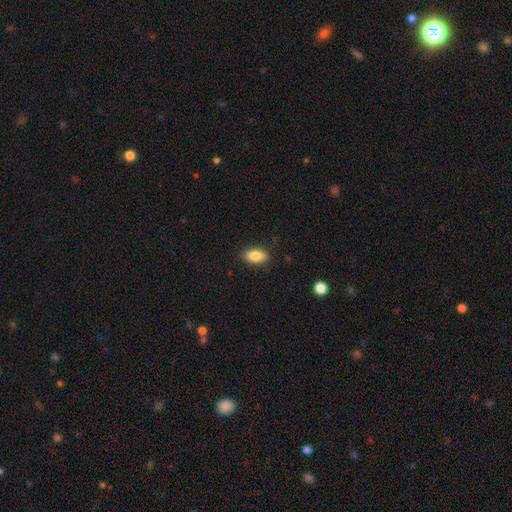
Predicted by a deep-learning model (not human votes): A smooth galaxy with no disk features (86%) that is in between round and cigar-shaped (89%). Merging: none (87%).